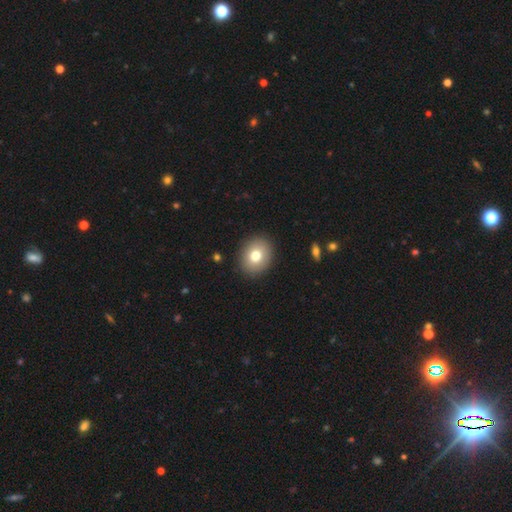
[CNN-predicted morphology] type=smooth (76%); roundness=round (52%); merging=none (90%).